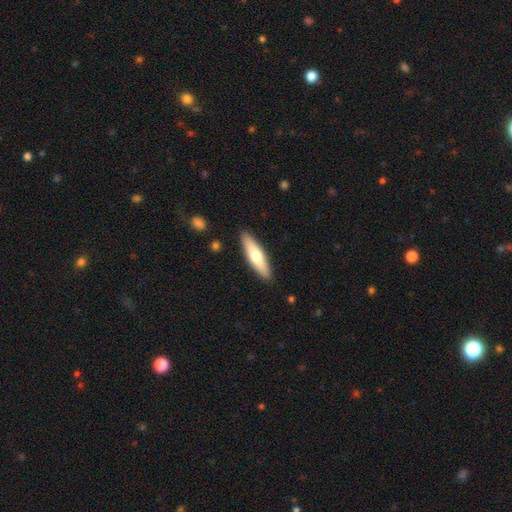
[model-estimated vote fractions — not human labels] Morphology: type=smooth (61%); roundness=cigar-shaped (69%); merging=none (89%).